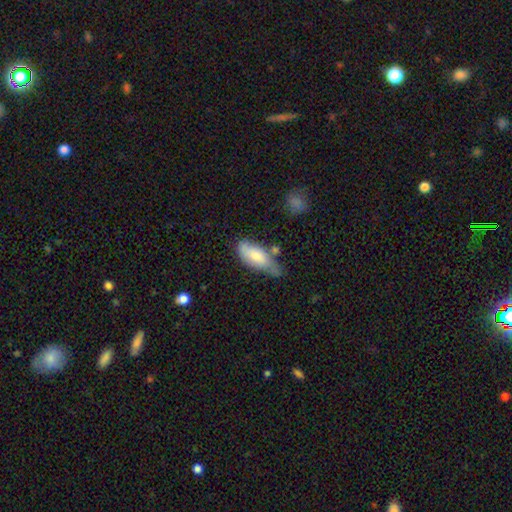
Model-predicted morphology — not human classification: Smooth or featured: smooth — 71% (featured or disk — 23%)
How rounded: in between — 82% (cigar-shaped — 16%)
Merging: none — 39% (minor disturbance — 38%)